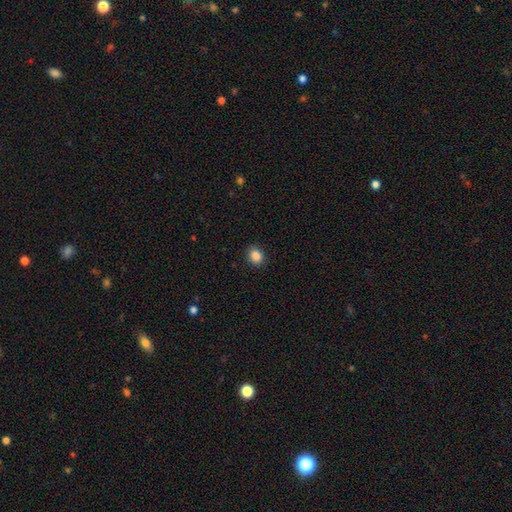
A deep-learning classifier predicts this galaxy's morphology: A smooth galaxy with no disk features (87%) that is round (54%).

Vote fractions:
- Smooth or featured? smooth: 87% / star or artifact: 10% / featured or disk: 4%
- How rounded? round: 54% / in between: 45% / cigar-shaped: 1%
- Merging? none: 90% / minor disturbance: 7% / major disturbance: 2% / merger: 1%